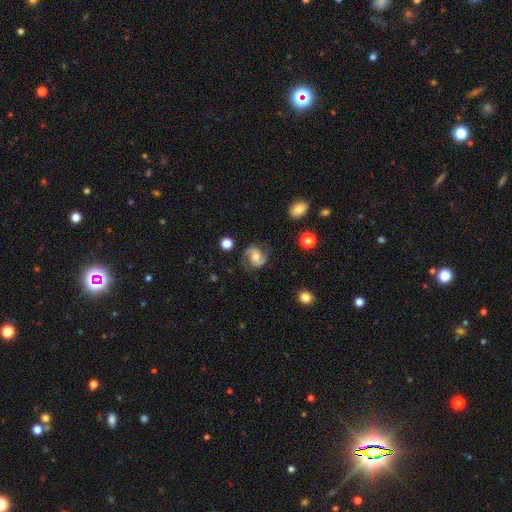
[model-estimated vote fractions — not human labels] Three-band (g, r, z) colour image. It shows a featured or disk galaxy (80%) with no bar (49%), 2 (93%) medium (52%) spiral arms (96%) and a moderate central bulge (61%). Merging: none (78%).